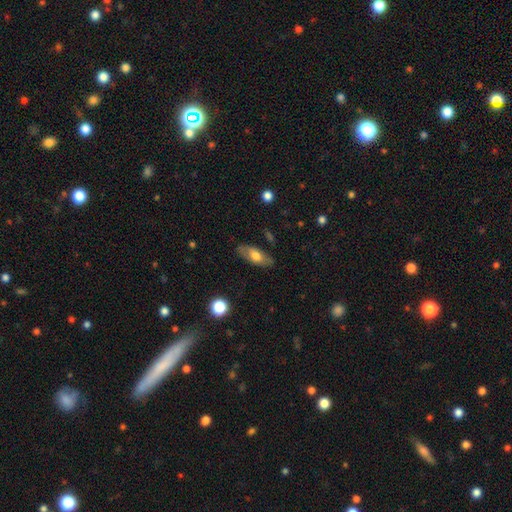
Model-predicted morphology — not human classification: smooth-or-featured: smooth: 60% | featured or disk: 34% | star or artifact: 6%
  how-rounded: in between: 82% | cigar-shaped: 14% | round: 4%
  merging: none: 80% | minor disturbance: 15% | major disturbance: 4% | merger: 1%